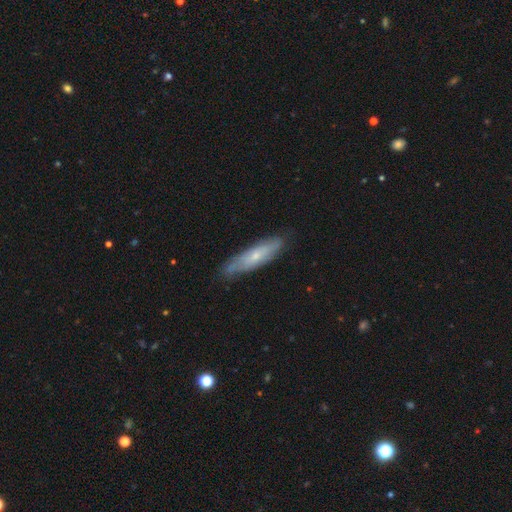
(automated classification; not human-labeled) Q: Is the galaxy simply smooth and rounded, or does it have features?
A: featured or disk — 52%.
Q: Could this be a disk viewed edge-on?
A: no — 55%.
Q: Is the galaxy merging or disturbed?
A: none — 77%.